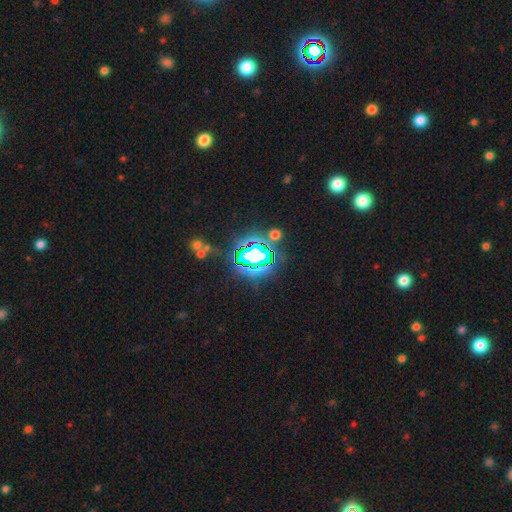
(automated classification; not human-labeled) A star or artifact, not a galaxy (71%).